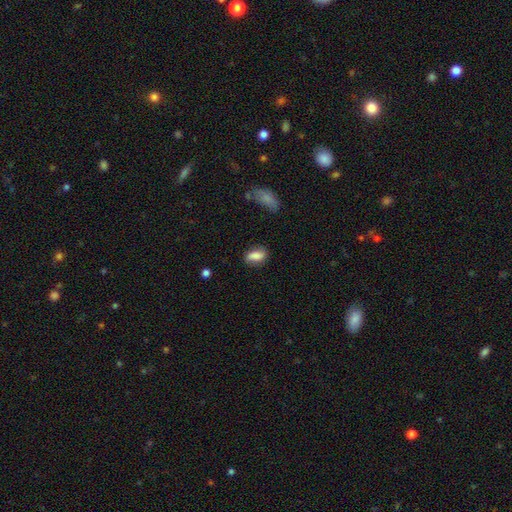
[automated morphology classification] smooth 76%, featured or disk 16%, star or artifact 8%. Down the decision tree: how rounded — in between (84%); merging — none (74%).